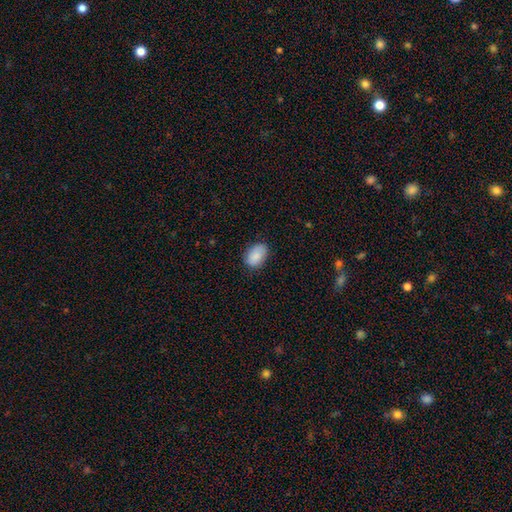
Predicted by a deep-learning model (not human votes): This appears to be a smooth galaxy with no disk features (88%) that is in between round and cigar-shaped (87%). Merging: none (80%).